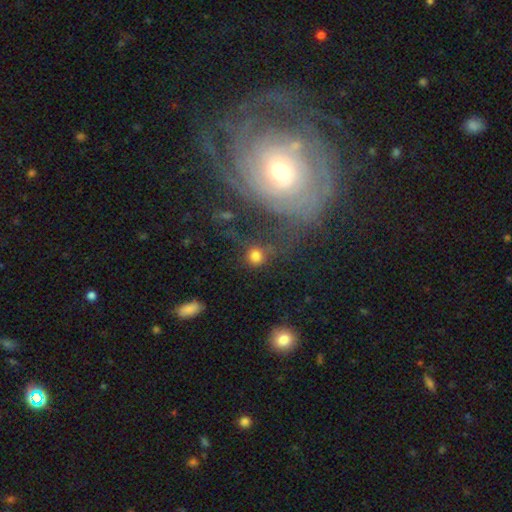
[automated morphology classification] Smooth or featured?
  - smooth: 70% *
  - star or artifact: 17%
  - featured or disk: 13%
How rounded?
  - round: 90% *
  - in between: 9%
  - cigar-shaped: 2%
Merging?
  - none: 65% *
  - minor disturbance: 14%
  - major disturbance: 11%
  - merger: 9%